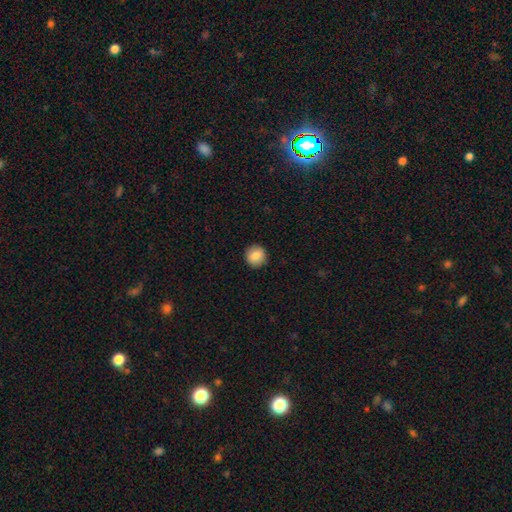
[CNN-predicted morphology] This is clearly a smooth galaxy (85%). How rounded: clearly round (91%). Merging: clearly none (92%).